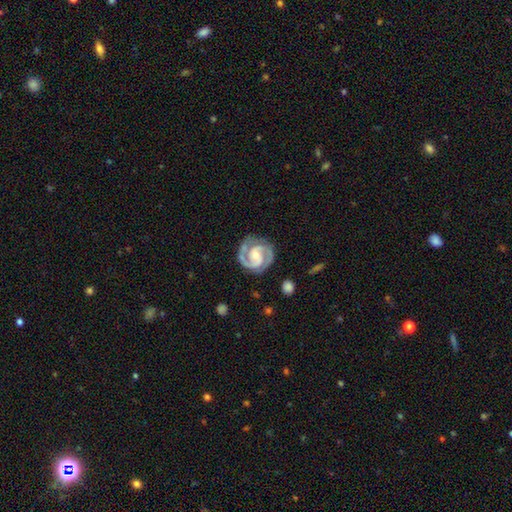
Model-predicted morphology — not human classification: smooth-or-featured: featured or disk: 92% | smooth: 4% | star or artifact: 4%
  disk-edge-on: no: 98% | yes: 2%
    bar: no: 41% | weak: 40% | strong: 18%
    has-spiral-arms: yes: 98% | no: 2%
      spiral-winding: tight: 52% | medium: 43% | loose: 5%
      spiral-arm-count: 2: 91% | 3: 3% | can't tell: 2% | 1: 1% | 4: 1% | more than 4: 1%
    bulge-size: moderate: 50% | small: 43% | large: 3% | none: 3% | dominant: 1%
  merging: none: 80% | minor disturbance: 14% | major disturbance: 4% | merger: 2%